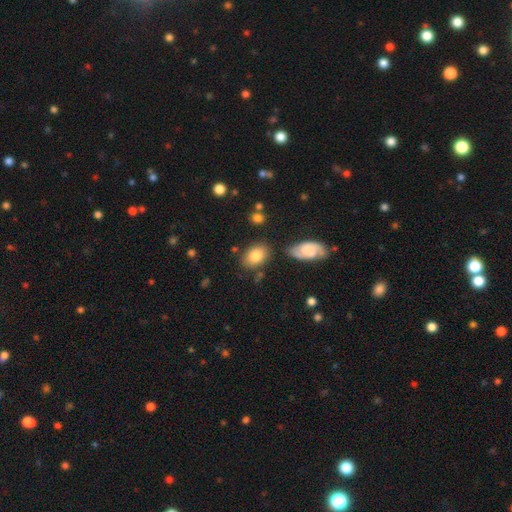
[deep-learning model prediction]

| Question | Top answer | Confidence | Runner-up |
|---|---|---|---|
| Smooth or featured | smooth | 80% | featured or disk (13%) |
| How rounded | in between | 82% | round (17%) |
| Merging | none | 75% | minor disturbance (15%) |